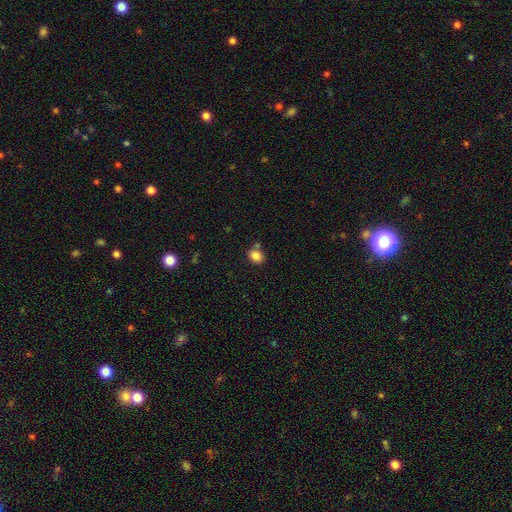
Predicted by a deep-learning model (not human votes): This is clearly a smooth galaxy (85%). How rounded: possibly round (55%). Merging: likely none (69%).